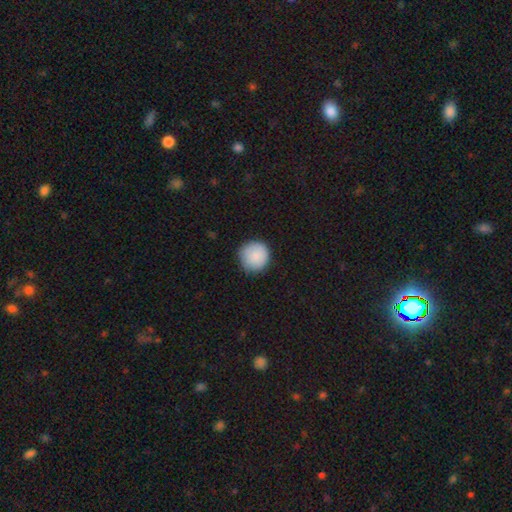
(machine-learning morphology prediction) This is clearly a smooth galaxy (87%). How rounded: clearly round (94%). Merging: clearly none (84%).